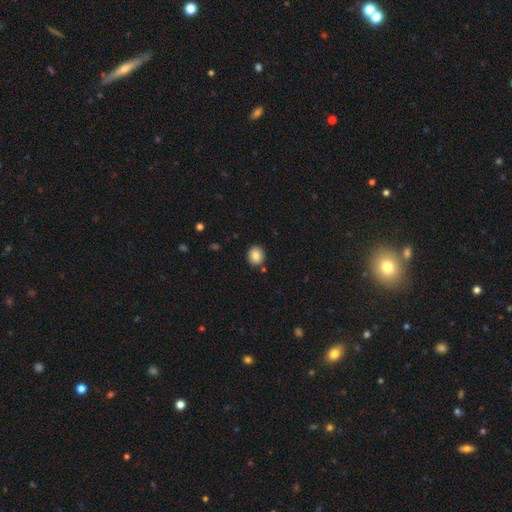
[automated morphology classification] A smooth galaxy with no disk features (85%) that is round (79%). Merging: none (87%).